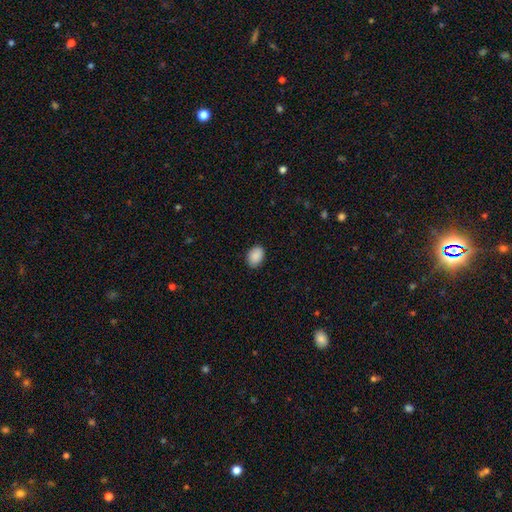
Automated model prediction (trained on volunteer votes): This is clearly a smooth galaxy (90%). How rounded: likely in between (74%). Merging: clearly none (87%).